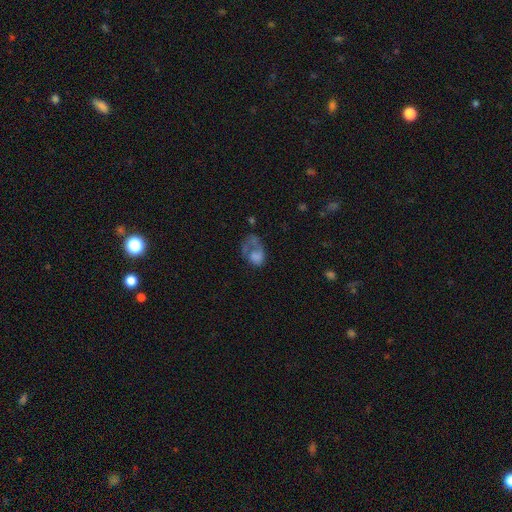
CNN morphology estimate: This is possibly a smooth galaxy (53%). How rounded: likely in between (67%). Merging: possibly major disturbance (49%).